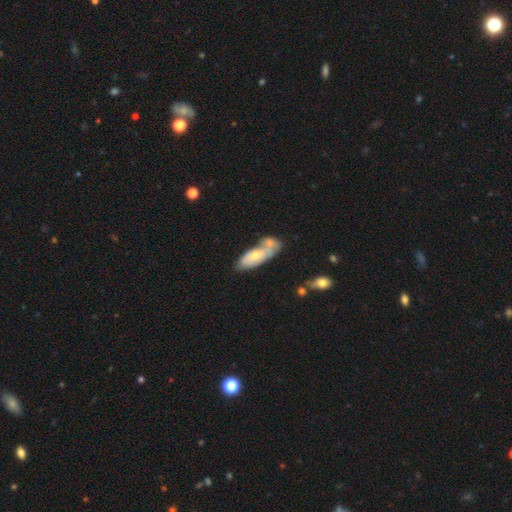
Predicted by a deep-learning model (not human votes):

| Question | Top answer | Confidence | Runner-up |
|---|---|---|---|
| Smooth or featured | smooth | 55% | featured or disk (39%) |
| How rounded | in between | 73% | cigar-shaped (24%) |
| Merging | merger | 46% | none (30%) |